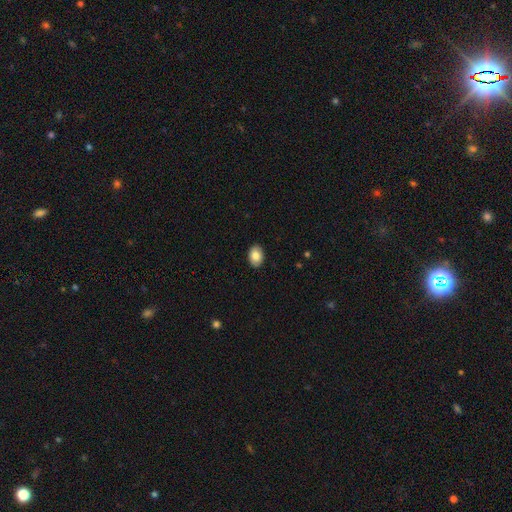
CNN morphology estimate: Smooth or featured? Predicted: smooth (p=0.86). How rounded? Predicted: in between (p=0.81). Merging? Predicted: none (p=0.90).